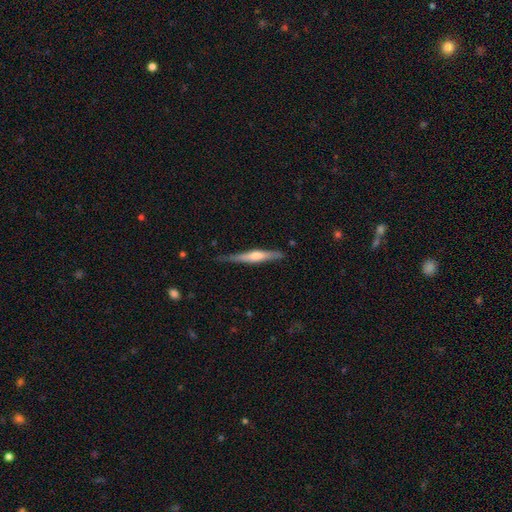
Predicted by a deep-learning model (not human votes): Smooth or featured? Predicted: featured or disk (p=0.61). Edge-on disk? Predicted: yes (p=0.96). Edge-on bulge? Predicted: rounded (p=0.70). Merging? Predicted: none (p=0.75).